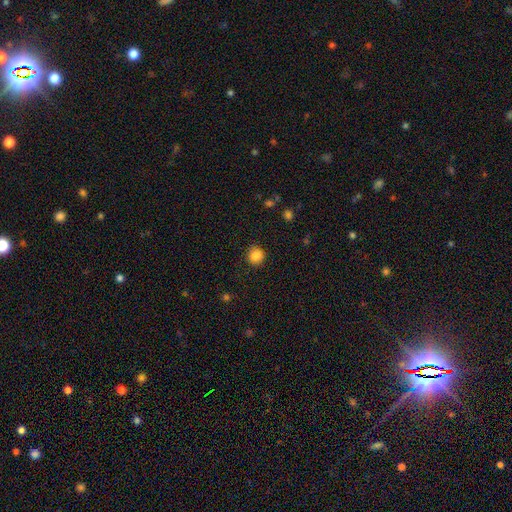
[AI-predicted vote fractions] A smooth galaxy with no disk features (85%) that is round (85%). Merging: none (82%).